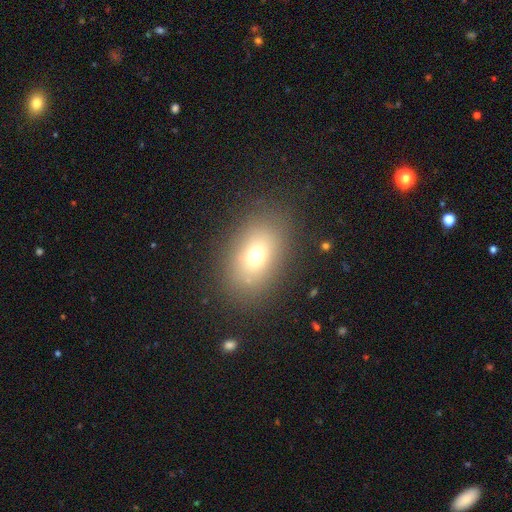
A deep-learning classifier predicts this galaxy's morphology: A smooth galaxy with no disk features (70%) that is in between round and cigar-shaped (78%).

Vote fractions:
- Smooth or featured? smooth: 70% / featured or disk: 16% / star or artifact: 14%
- How rounded? in between: 78% / round: 20% / cigar-shaped: 2%
- Merging? none: 83% / minor disturbance: 11% / major disturbance: 5% / merger: 2%